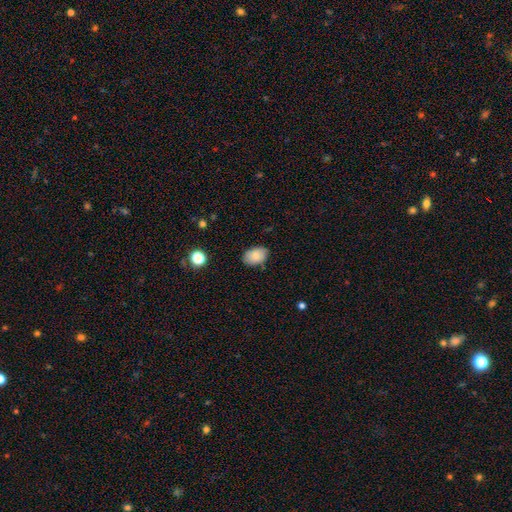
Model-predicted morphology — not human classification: A smooth galaxy with no disk features (83%) that is in between round and cigar-shaped (85%). Merging: none (81%).